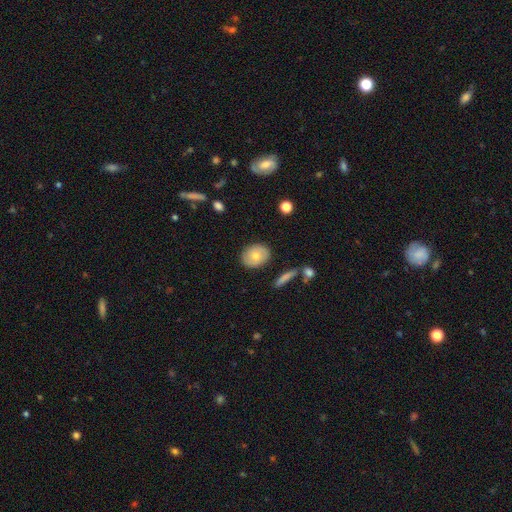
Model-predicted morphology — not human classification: Smooth or featured? smooth (67%)
How rounded? in between (56%)
Merging? none (85%)